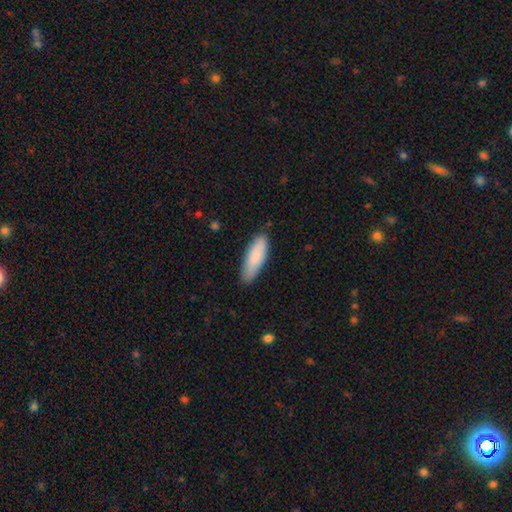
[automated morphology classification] The model was most divided on "how rounded": in between: 51%, cigar-shaped: 48%, round: 1%. More confident: smooth or featured — smooth (86%); merging — none (83%).